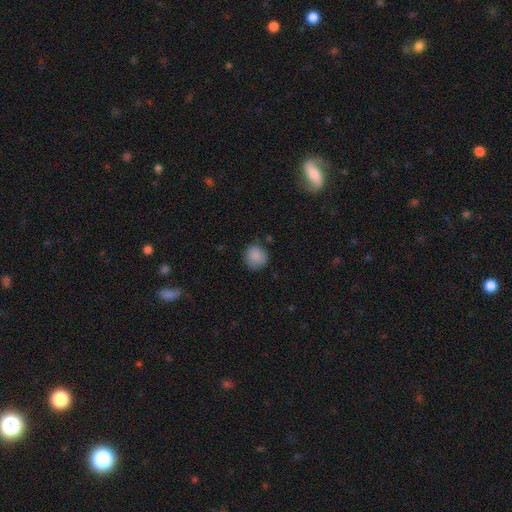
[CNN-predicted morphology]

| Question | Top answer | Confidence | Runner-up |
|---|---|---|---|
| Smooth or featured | smooth | 87% | star or artifact (8%) |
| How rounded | round | 86% | in between (13%) |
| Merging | none | 78% | minor disturbance (16%) |